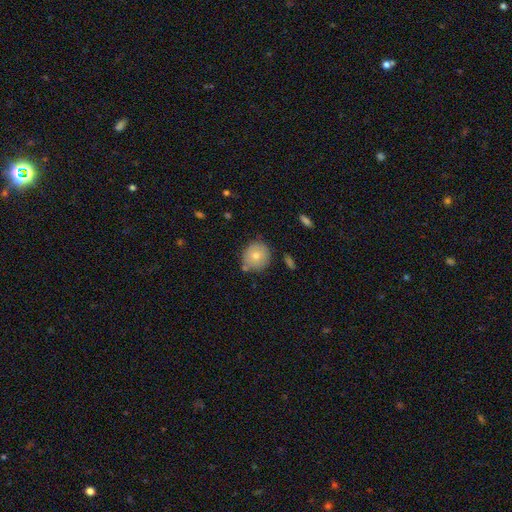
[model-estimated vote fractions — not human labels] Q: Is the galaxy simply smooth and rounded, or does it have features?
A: smooth — 75%.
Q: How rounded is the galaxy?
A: round — 87%.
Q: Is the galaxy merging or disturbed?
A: none — 77%.